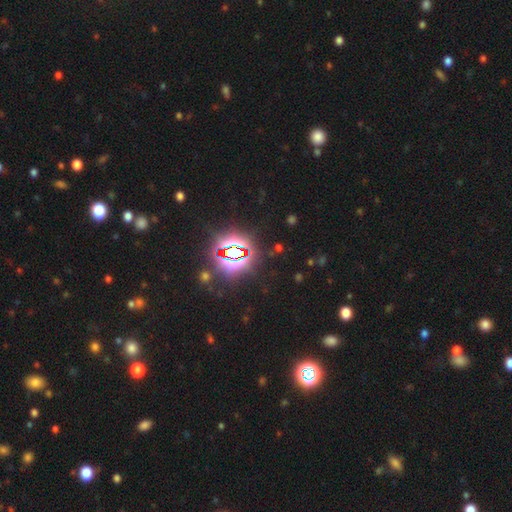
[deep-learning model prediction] Smooth or featured: star or artifact — 83% (smooth — 10%)